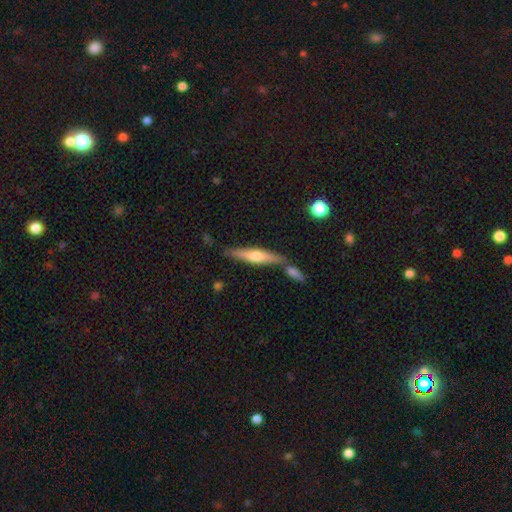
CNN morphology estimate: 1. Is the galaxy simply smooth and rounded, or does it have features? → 50% featured or disk, 44% smooth, 6% star or artifact.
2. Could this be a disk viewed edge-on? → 94% yes, 6% no.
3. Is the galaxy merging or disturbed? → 68% none, 17% merger, 11% minor disturbance, 3% major disturbance.